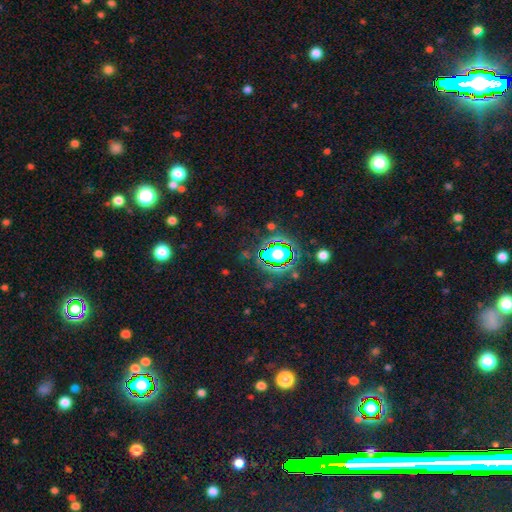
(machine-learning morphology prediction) smooth-or-featured: star or artifact: 81% | smooth: 11% | featured or disk: 7%